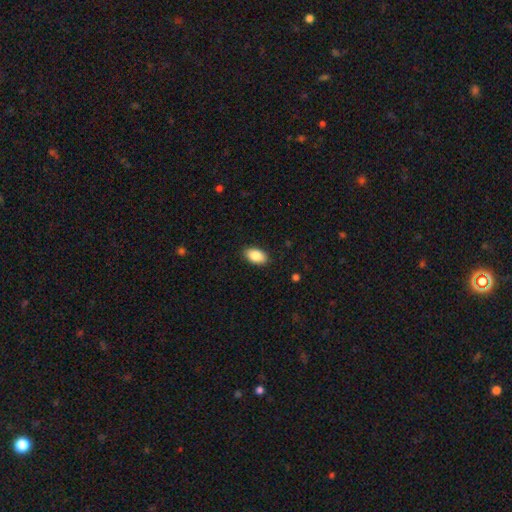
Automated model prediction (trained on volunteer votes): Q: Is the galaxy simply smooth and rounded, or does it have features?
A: smooth — 88%.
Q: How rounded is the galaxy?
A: in between — 93%.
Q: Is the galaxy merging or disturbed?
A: none — 88%.